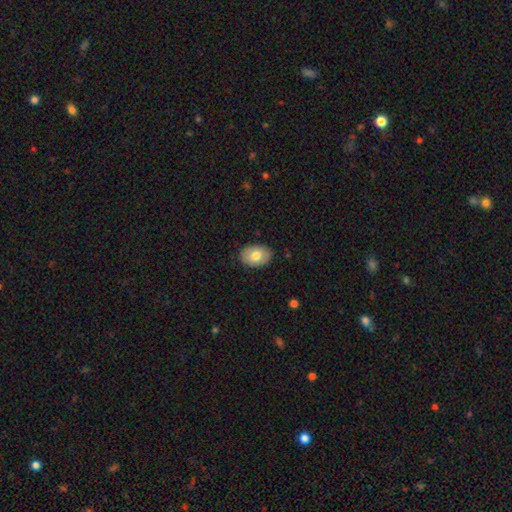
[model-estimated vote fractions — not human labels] Smooth or featured? Predicted: smooth (p=0.74). How rounded? Predicted: in between (p=0.82). Merging? Predicted: none (p=0.88).